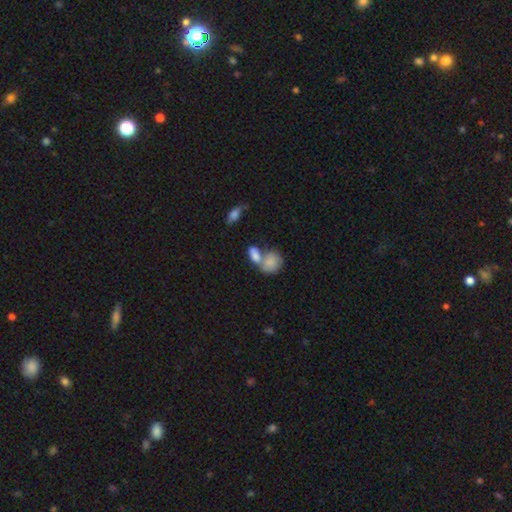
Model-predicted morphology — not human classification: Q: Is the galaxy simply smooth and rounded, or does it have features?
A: smooth — 79%.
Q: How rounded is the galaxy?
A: in between — 71%.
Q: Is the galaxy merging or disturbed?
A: merger — 59%.